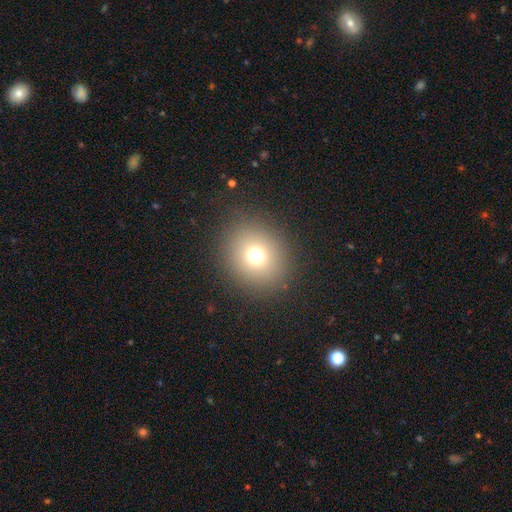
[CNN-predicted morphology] type=smooth (71%); roundness=round (82%); merging=none (87%).